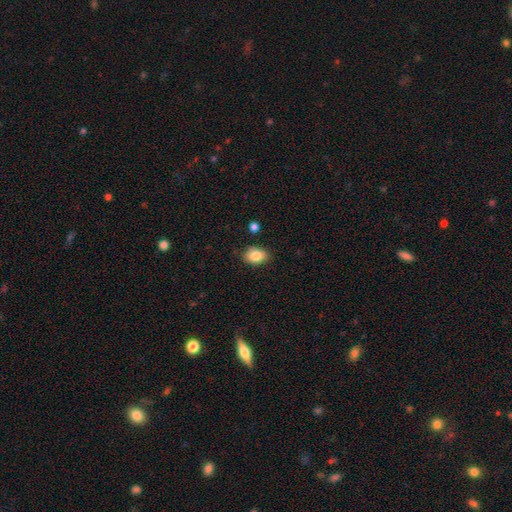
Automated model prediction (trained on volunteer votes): Smooth or featured? Predicted: smooth (p=0.86). How rounded? Predicted: in between (p=0.80). Merging? Predicted: none (p=0.82).